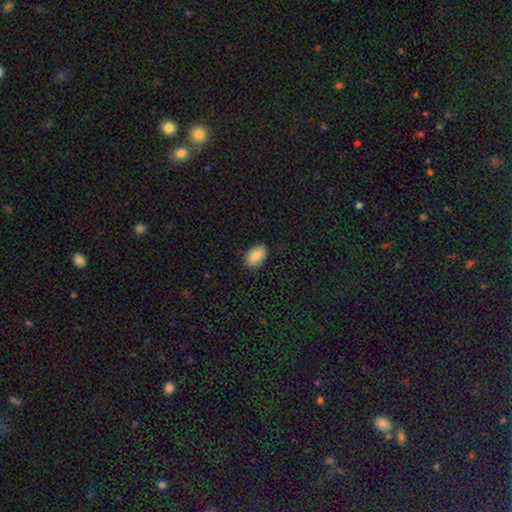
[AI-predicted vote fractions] This appears to be a smooth galaxy with no disk features (82%) that is in between round and cigar-shaped (90%). Merging: none (86%).